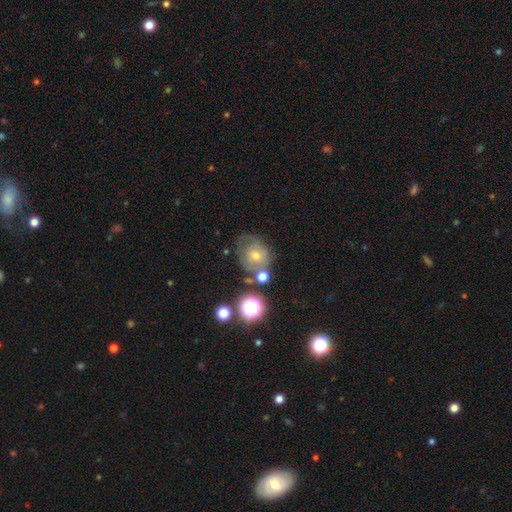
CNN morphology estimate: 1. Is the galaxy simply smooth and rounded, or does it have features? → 53% smooth, 31% featured or disk, 16% star or artifact.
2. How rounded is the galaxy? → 68% round, 31% in between, 1% cigar-shaped.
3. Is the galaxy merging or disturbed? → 47% none, 23% minor disturbance, 15% merger, 14% major disturbance.